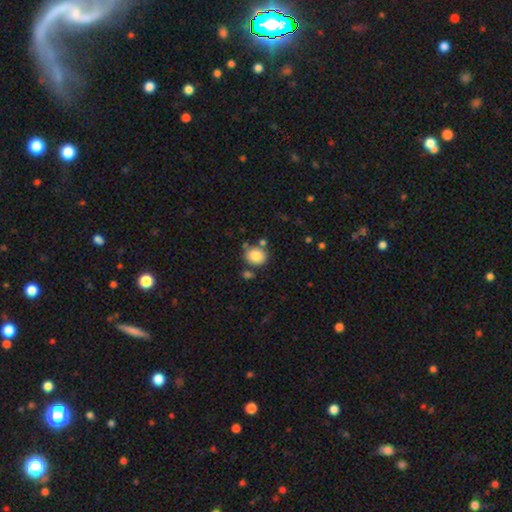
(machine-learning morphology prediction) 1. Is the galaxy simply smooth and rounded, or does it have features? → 85% smooth, 9% star or artifact, 6% featured or disk.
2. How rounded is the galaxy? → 64% round, 35% in between, 1% cigar-shaped.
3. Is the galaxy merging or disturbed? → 71% none, 13% minor disturbance, 12% merger, 4% major disturbance.